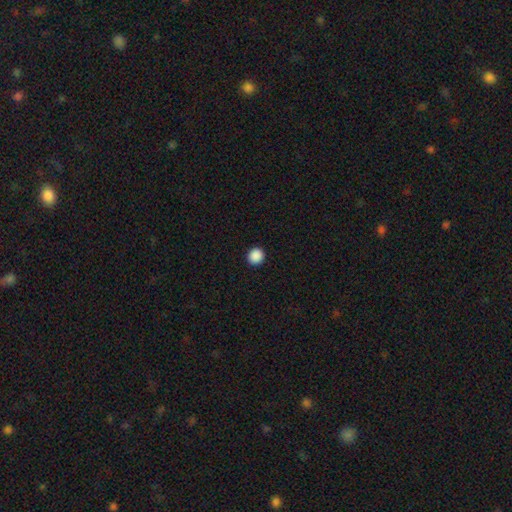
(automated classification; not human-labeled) This is clearly a smooth galaxy (89%). How rounded: clearly round (94%). Merging: clearly none (94%).